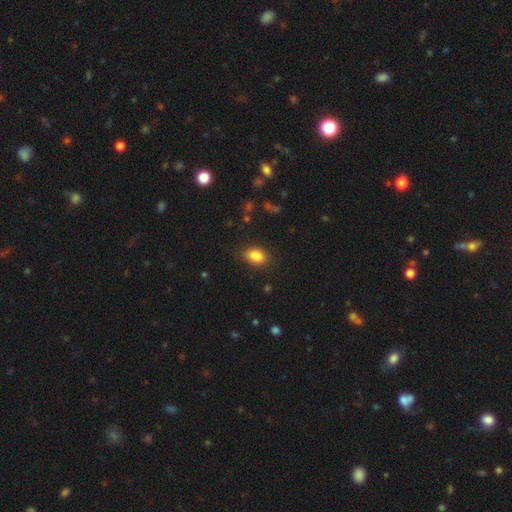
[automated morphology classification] A smooth galaxy with no disk features (87%) that is in between round and cigar-shaped (85%).

Vote fractions:
- Smooth or featured? smooth: 87% / star or artifact: 9% / featured or disk: 4%
- How rounded? in between: 85% / round: 13% / cigar-shaped: 2%
- Merging? none: 81% / minor disturbance: 14% / major disturbance: 4% / merger: 2%